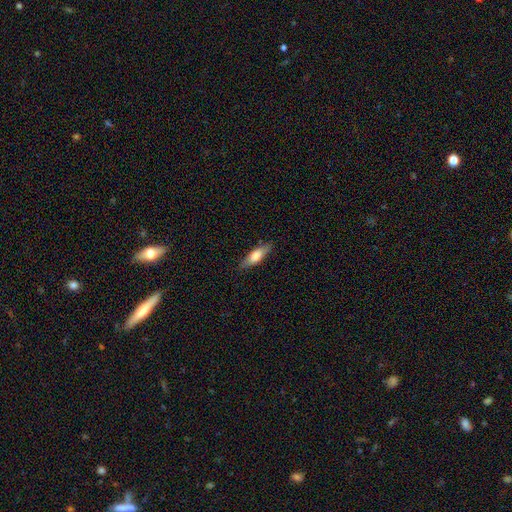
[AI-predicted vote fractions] Smooth or featured? Predicted: smooth (p=0.69). How rounded? Predicted: cigar-shaped (p=0.50). Merging? Predicted: none (p=0.83).